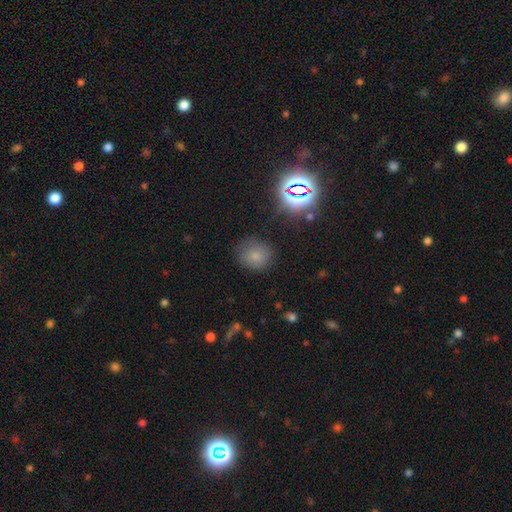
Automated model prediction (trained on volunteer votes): This is likely a smooth galaxy (74%). How rounded: clearly round (83%). Merging: clearly none (80%).